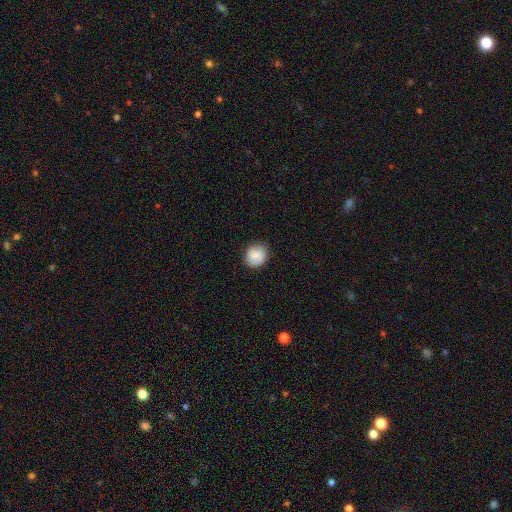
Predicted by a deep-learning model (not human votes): smooth 86%, star or artifact 8%, featured or disk 6%. Down the decision tree: how rounded — round (80%); merging — none (86%).